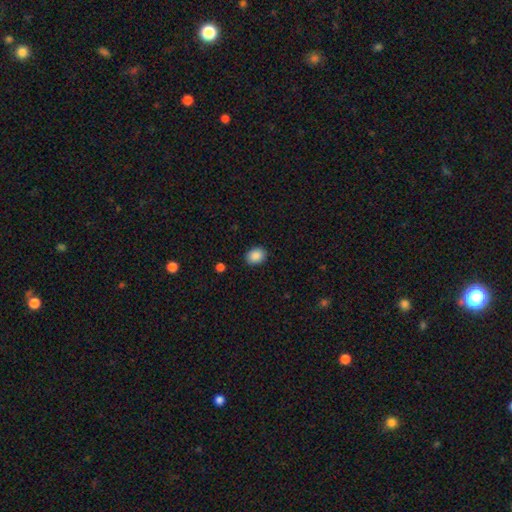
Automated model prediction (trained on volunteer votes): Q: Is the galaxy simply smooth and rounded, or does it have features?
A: smooth — 89%.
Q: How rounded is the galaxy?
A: round — 52%.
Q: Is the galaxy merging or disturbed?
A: none — 89%.